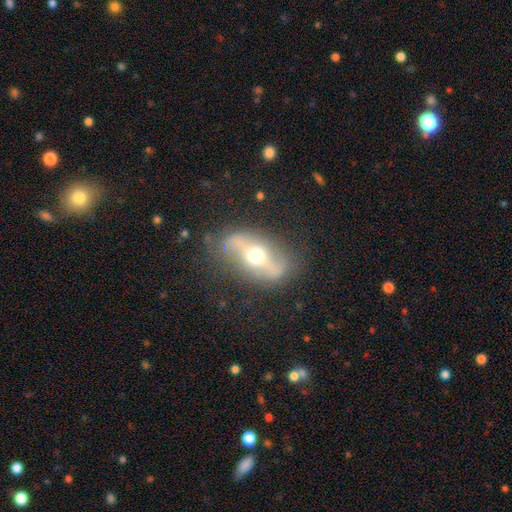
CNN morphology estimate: Smooth or featured?
  - featured or disk: 72% *
  - smooth: 21%
  - star or artifact: 7%
Edge-on disk?
  - no: 75% *
  - yes: 25%
Bar?
  - strong: 54% *
  - no: 24%
  - weak: 23%
Spiral arms?
  - yes: 57% *
  - no: 43%
Bulge size?
  - moderate: 72% *
  - large: 14%
  - small: 11%
  - dominant: 2%
  - none: 1%
Merging?
  - none: 78% *
  - minor disturbance: 14%
  - major disturbance: 7%
  - merger: 2%